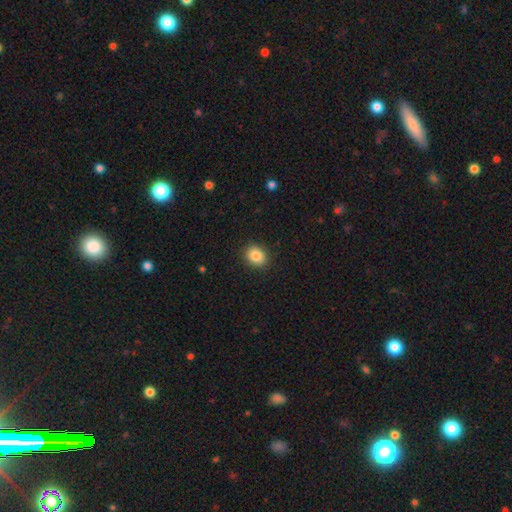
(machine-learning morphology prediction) A smooth galaxy with no disk features (86%) that is round (53%). Merging: none (89%).